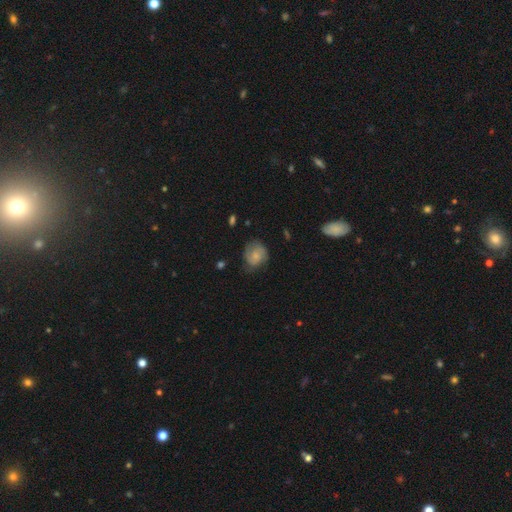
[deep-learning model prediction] Smooth or featured? Predicted: smooth (p=0.59). How rounded? Predicted: round (p=0.65). Merging? Predicted: none (p=0.56).